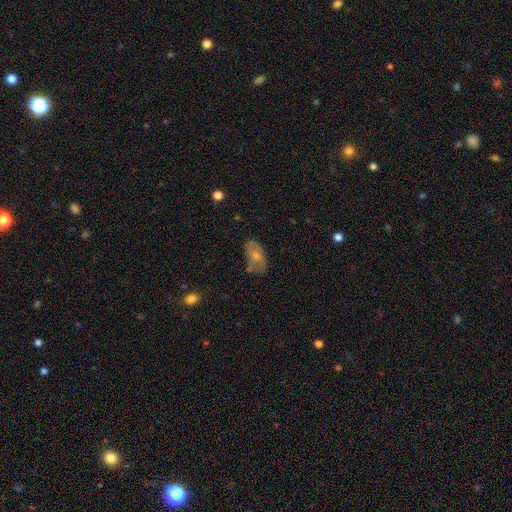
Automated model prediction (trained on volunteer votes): Smooth or featured: smooth — 57% (featured or disk — 35%)
How rounded: in between — 92% (round — 5%)
Merging: none — 53% (minor disturbance — 28%)